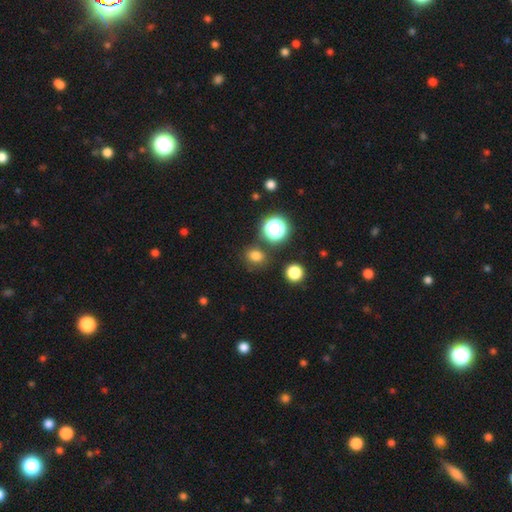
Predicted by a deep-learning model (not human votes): The model was most divided on "how rounded": round: 59%, in between: 40%, cigar-shaped: 1%. More confident: merging — none (79%); smooth or featured — smooth (74%).